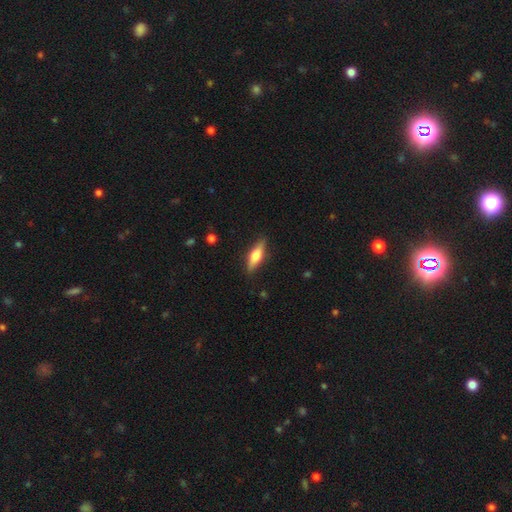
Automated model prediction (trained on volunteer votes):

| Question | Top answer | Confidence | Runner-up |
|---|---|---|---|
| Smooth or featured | smooth | 52% | featured or disk (42%) |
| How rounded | cigar-shaped | 51% | in between (46%) |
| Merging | none | 86% | minor disturbance (11%) |